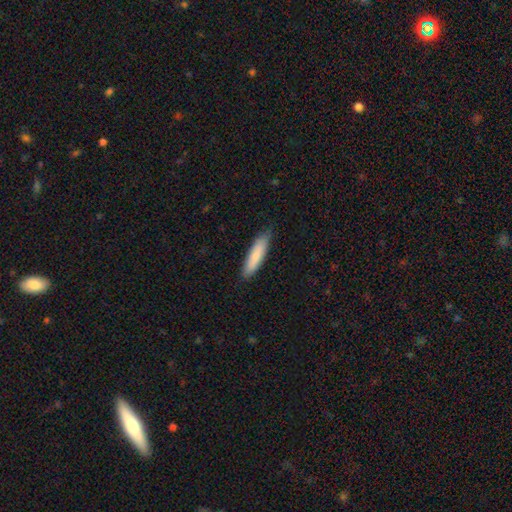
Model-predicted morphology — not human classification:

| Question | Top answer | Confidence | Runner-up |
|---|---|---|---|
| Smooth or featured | smooth | 82% | featured or disk (13%) |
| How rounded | cigar-shaped | 76% | in between (23%) |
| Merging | none | 85% | minor disturbance (12%) |